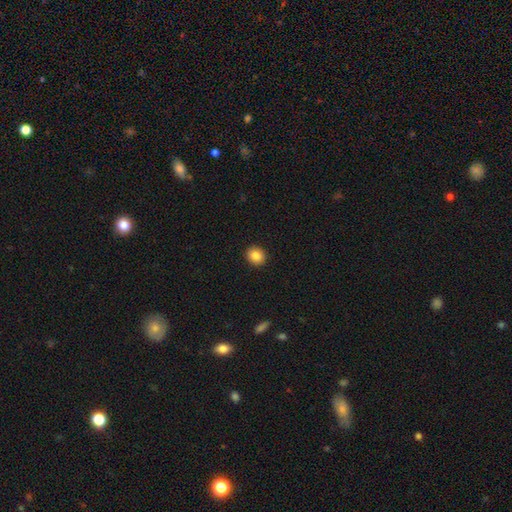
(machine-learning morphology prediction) This appears to be a smooth galaxy with no disk features (87%) that is round (72%). Merging: none (92%).